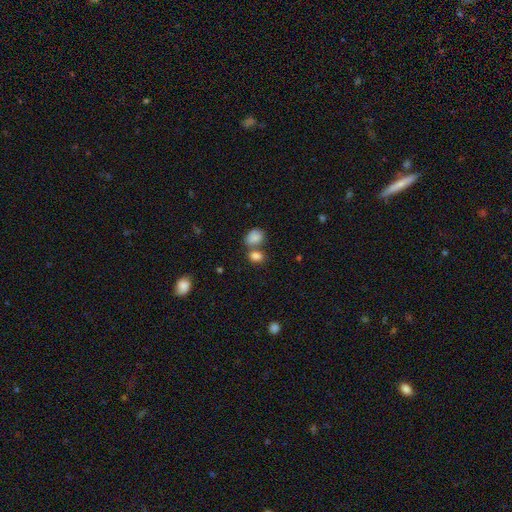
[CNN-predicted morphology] type=smooth (83%); roundness=in between (67%); merging=none (44%).